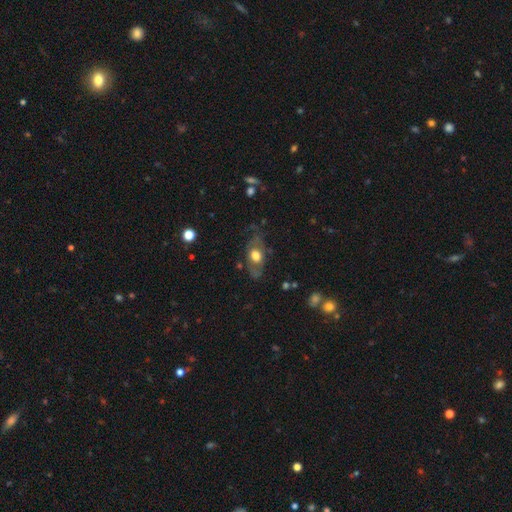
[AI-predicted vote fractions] Smooth or featured?
  - smooth: 48% *
  - featured or disk: 45%
  - star or artifact: 7%
Merging?
  - none: 62% *
  - minor disturbance: 23%
  - major disturbance: 13%
  - merger: 2%